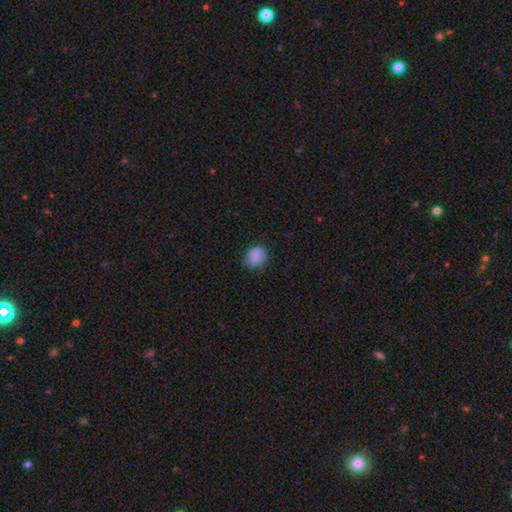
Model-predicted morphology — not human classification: smooth_or_featured: smooth (p=0.83) [alt: star or artifact p=0.10]
how_rounded: round (p=0.54) [alt: in between p=0.45]
merging: none (p=0.71) [alt: minor disturbance p=0.22]